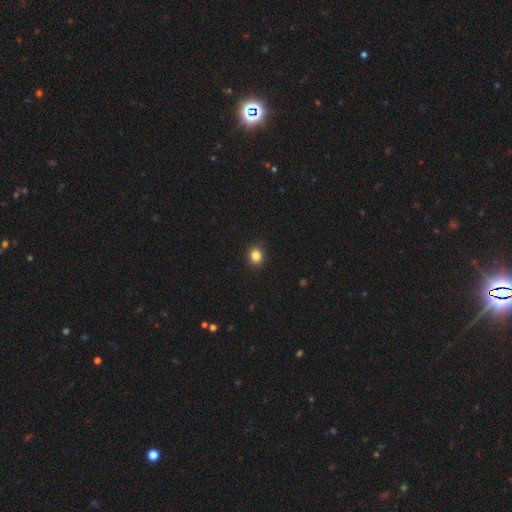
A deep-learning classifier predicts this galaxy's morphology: Smooth or featured?
  - smooth: 85% *
  - star or artifact: 10%
  - featured or disk: 4%
How rounded?
  - round: 61% *
  - in between: 38%
  - cigar-shaped: 1%
Merging?
  - none: 90% *
  - minor disturbance: 7%
  - major disturbance: 2%
  - merger: 1%